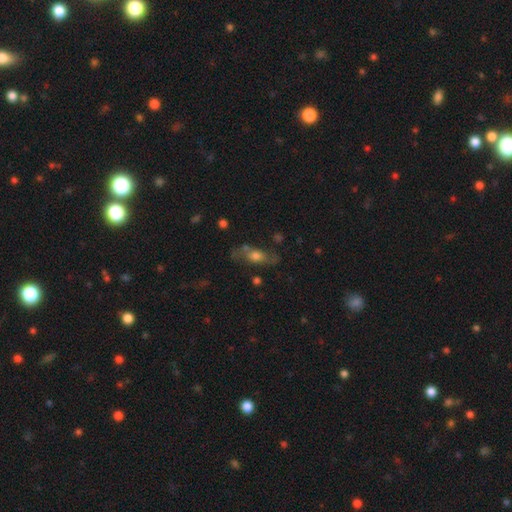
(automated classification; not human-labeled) Smooth or featured: smooth — 53% (featured or disk — 37%)
How rounded: in between — 63% (cigar-shaped — 25%)
Merging: none — 60% (minor disturbance — 21%)